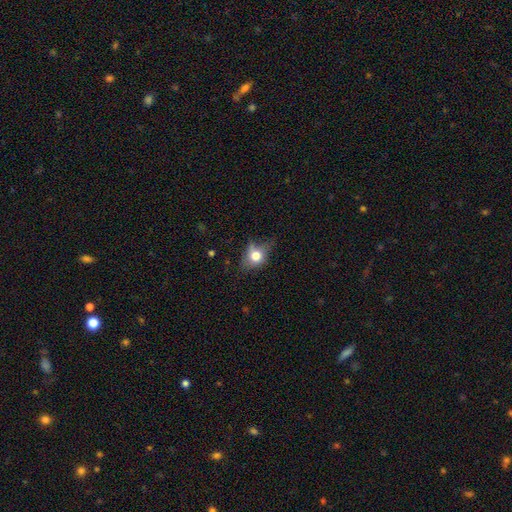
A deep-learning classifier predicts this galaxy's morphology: type=smooth (66%); roundness=in between (49%); merging=none (50%).